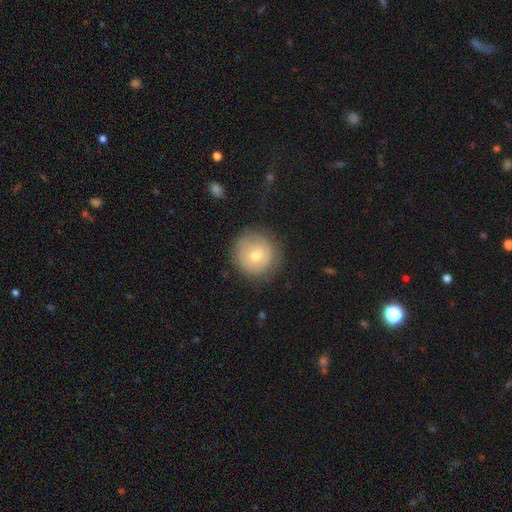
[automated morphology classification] smooth 63%, featured or disk 29%, star or artifact 8%. Down the decision tree: how rounded — round (93%); merging — none (76%).